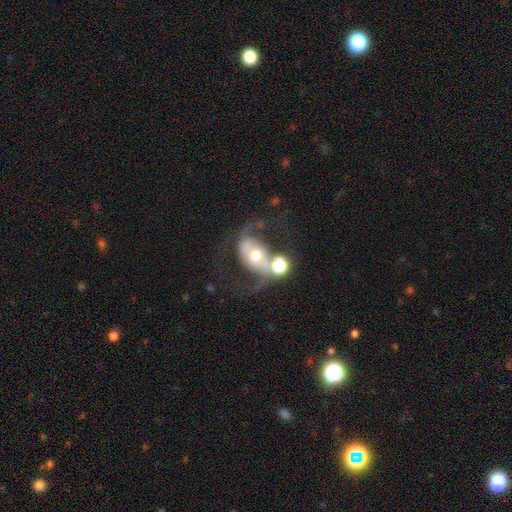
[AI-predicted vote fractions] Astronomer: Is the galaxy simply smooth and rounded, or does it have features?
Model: featured or disk — 74%.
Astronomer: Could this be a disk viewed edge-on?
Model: no — 96%.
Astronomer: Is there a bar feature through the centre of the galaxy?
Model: no — 47% (runner-up: weak, 30%).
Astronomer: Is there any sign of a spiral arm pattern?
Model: yes — 86%.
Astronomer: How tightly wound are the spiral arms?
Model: loose — 62%.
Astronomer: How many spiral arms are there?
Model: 2 — 87%.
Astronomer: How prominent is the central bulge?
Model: moderate — 66%.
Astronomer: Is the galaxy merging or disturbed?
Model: none — 38% (runner-up: merger, 29%).